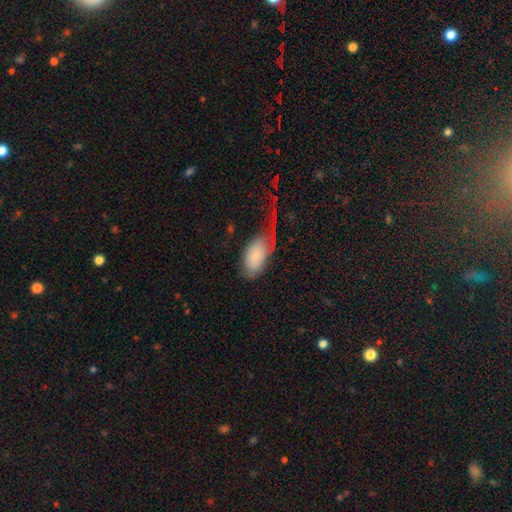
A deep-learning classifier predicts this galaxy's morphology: Smooth or featured? smooth (73%)
How rounded? in between (95%)
Merging? major disturbance (54%)